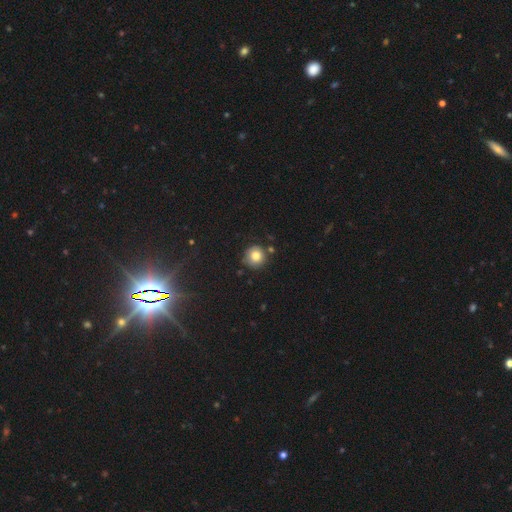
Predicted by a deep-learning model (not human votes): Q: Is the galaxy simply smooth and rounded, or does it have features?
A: smooth — 80%.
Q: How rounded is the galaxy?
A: round — 93%.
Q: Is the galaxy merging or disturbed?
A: none — 78%.